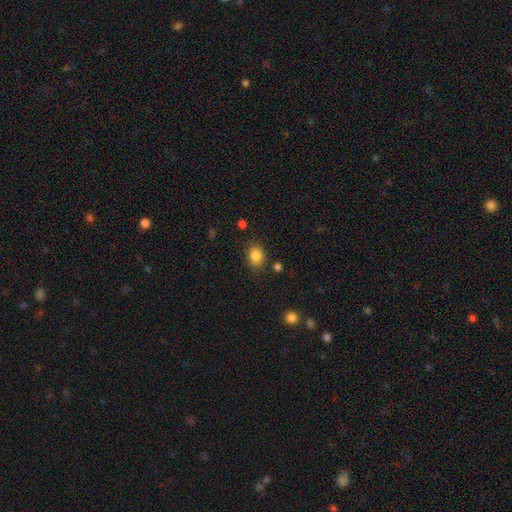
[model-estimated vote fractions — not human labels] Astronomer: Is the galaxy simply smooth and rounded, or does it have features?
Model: smooth — 86%.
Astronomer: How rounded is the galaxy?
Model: in between — 53% (runner-up: round, 46%).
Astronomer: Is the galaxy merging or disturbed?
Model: none — 80%.